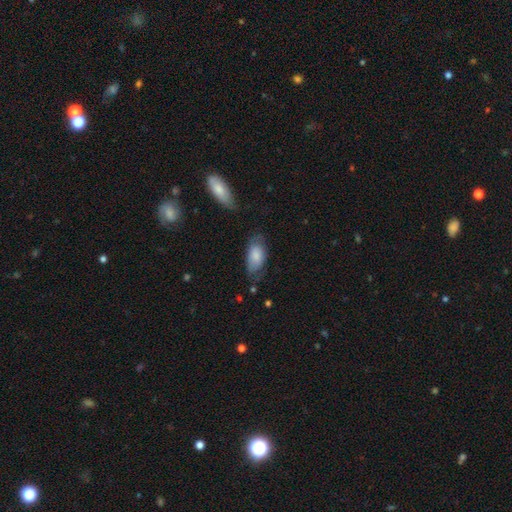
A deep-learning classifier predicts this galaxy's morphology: This appears to be a smooth galaxy with no disk features (77%) that is in between round and cigar-shaped (92%). Merging: none (56%).